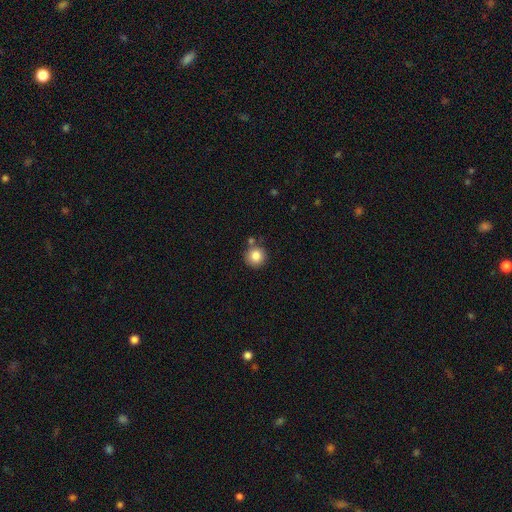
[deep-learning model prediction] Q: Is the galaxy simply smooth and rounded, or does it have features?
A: smooth — 84%.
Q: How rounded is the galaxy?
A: round — 94%.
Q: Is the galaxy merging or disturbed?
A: none — 73%.